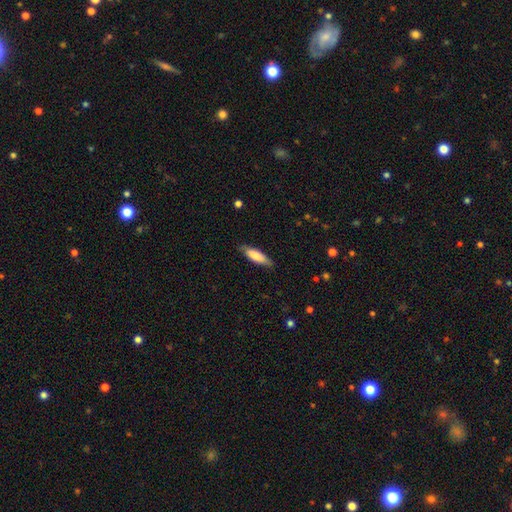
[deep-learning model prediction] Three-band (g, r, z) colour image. It shows a smooth galaxy with no disk features (77%) that is cigar-shaped (53%). Merging: none (79%).